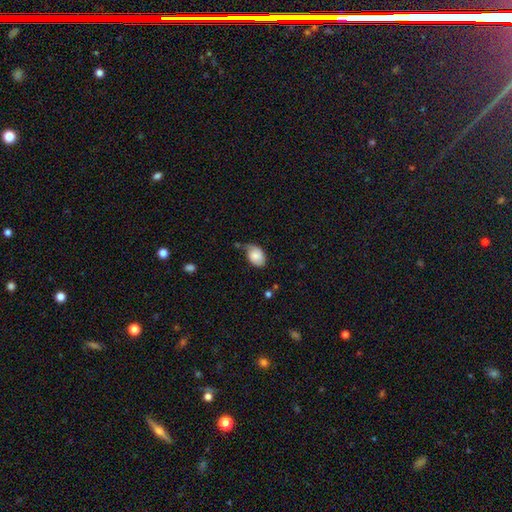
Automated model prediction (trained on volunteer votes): Smooth or featured: smooth — 73% (featured or disk — 20%)
How rounded: in between — 86% (round — 13%)
Merging: none — 43% (minor disturbance — 38%)